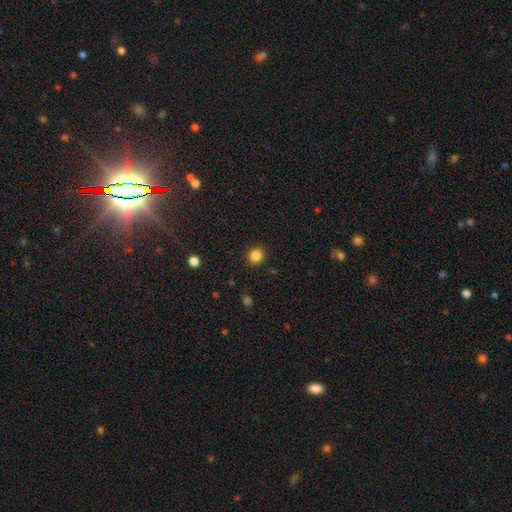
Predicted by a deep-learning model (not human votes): Morphology: type=smooth (85%); roundness=round (78%); merging=none (90%).